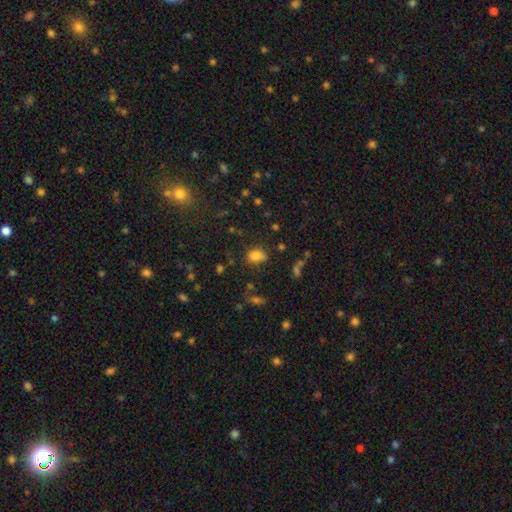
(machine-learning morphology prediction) Smooth or featured? Predicted: smooth (p=0.80). How rounded? Predicted: in between (p=0.68). Merging? Predicted: none (p=0.70).